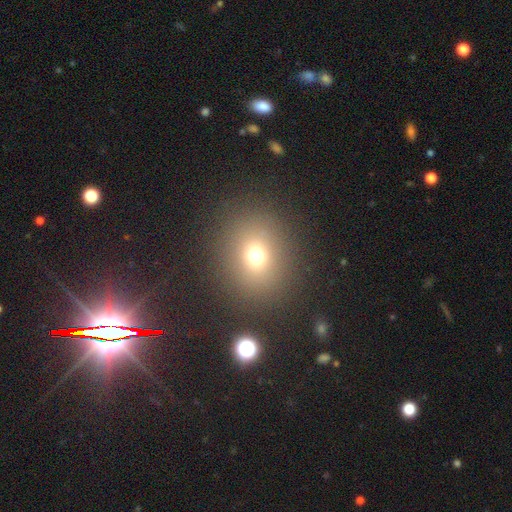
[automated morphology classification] This is likely a smooth galaxy (70%). How rounded: likely round (73%). Merging: clearly none (85%).